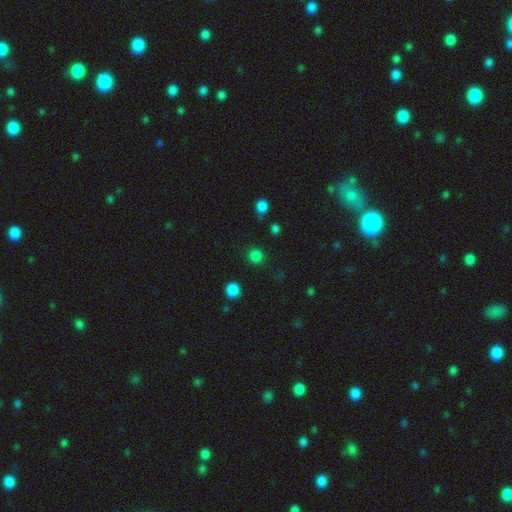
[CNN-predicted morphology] A smooth galaxy with no disk features (82%) that is round (91%). Merging: none (87%).